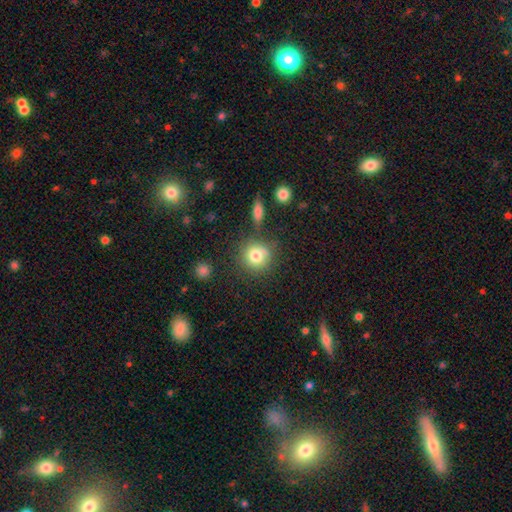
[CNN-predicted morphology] A smooth galaxy with no disk features (80%) that is round (89%).

Vote fractions:
- Smooth or featured? smooth: 80% / star or artifact: 11% / featured or disk: 10%
- How rounded? round: 89% / in between: 10% / cigar-shaped: 1%
- Merging? none: 73% / minor disturbance: 13% / merger: 9% / major disturbance: 5%